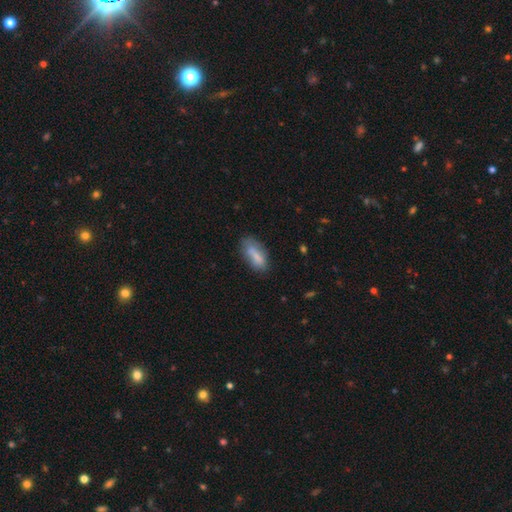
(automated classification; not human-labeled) This is likely a smooth galaxy (74%). How rounded: likely in between (75%). Merging: possibly none (57%).